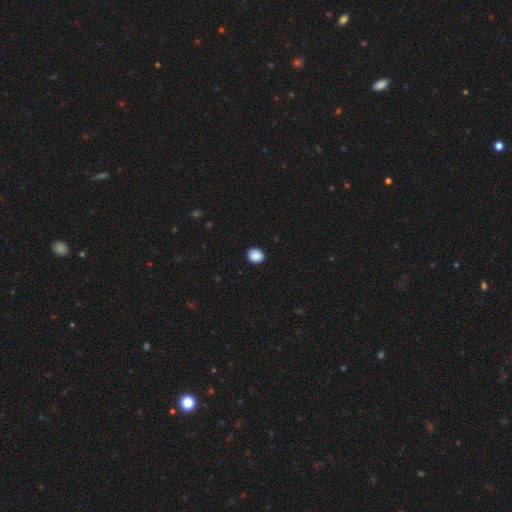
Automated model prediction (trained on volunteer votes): smooth 89%, star or artifact 8%, featured or disk 3%. Down the decision tree: how rounded — round (74%); merging — none (91%).